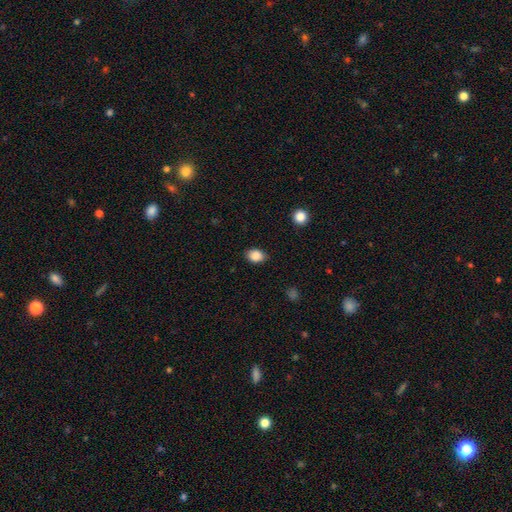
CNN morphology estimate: Smooth or featured? Predicted: smooth (p=0.88). How rounded? Predicted: in between (p=0.68). Merging? Predicted: none (p=0.84).